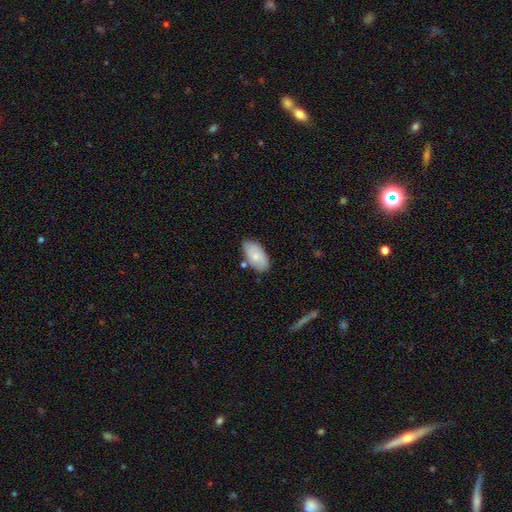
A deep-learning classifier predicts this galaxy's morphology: This appears to be a smooth galaxy with no disk features (75%) that is in between round and cigar-shaped (94%). Merging: none (73%).